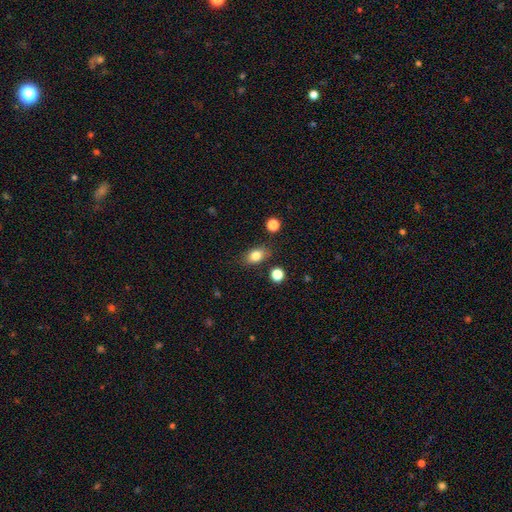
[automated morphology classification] Smooth or featured?
  - smooth: 82% *
  - star or artifact: 10%
  - featured or disk: 9%
How rounded?
  - in between: 76% *
  - round: 21%
  - cigar-shaped: 2%
Merging?
  - none: 81% *
  - minor disturbance: 13%
  - merger: 3%
  - major disturbance: 3%